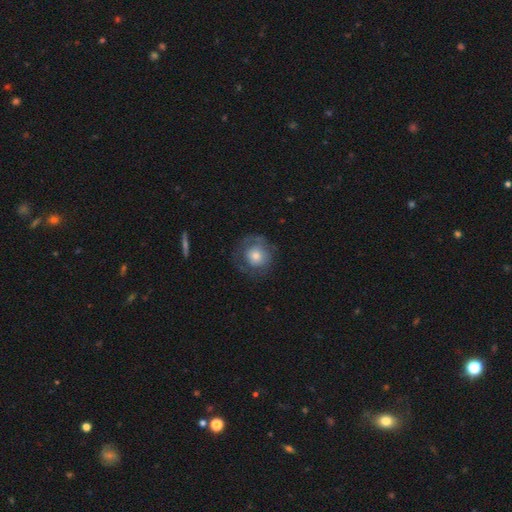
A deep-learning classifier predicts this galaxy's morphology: type=smooth (55%); roundness=round (89%); merging=none (62%).